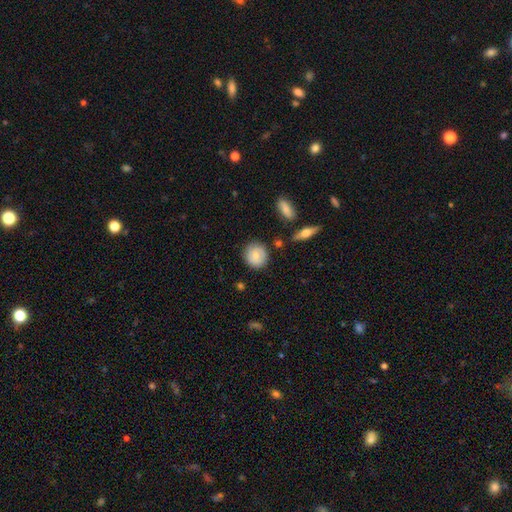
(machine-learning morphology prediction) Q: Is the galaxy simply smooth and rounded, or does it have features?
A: smooth — 72%.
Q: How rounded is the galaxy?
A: round — 85%.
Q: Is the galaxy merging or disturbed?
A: none — 83%.